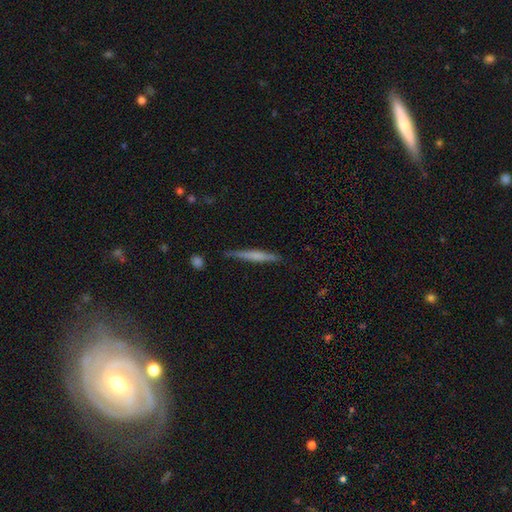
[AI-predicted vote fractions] Smooth or featured? smooth (48%)
Merging? none (84%)